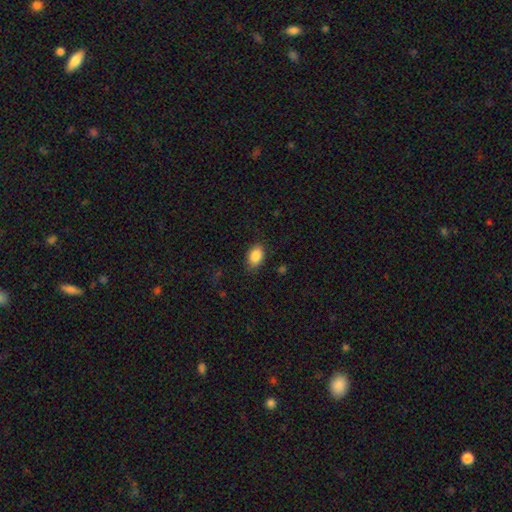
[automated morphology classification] Smooth or featured? smooth (87%)
How rounded? in between (87%)
Merging? none (85%)